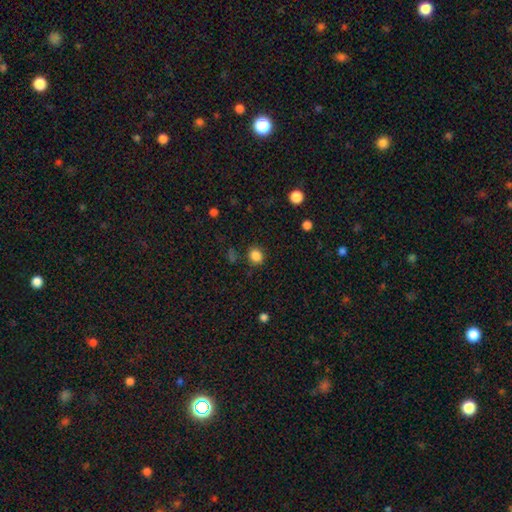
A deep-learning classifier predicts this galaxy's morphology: type=smooth (85%); roundness=round (71%); merging=none (85%).